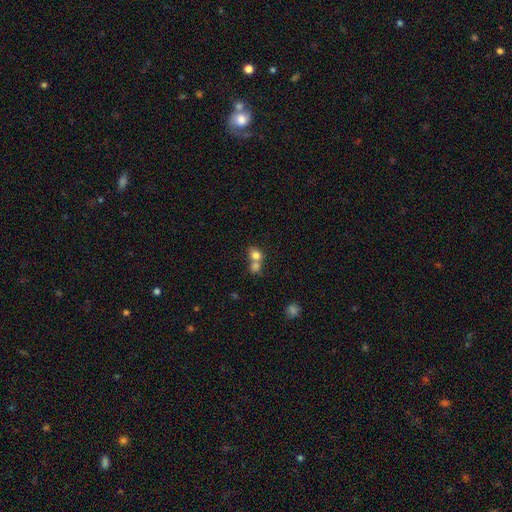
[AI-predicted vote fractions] Morphology: type=smooth (73%); roundness=round (65%); merging=merger (59%).